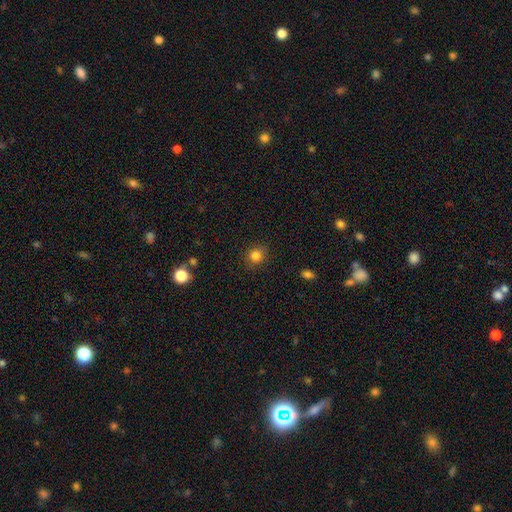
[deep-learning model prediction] smooth_or_featured: smooth (p=0.84) [alt: star or artifact p=0.12]
how_rounded: round (p=0.79) [alt: in between p=0.20]
merging: none (p=0.85) [alt: minor disturbance p=0.11]